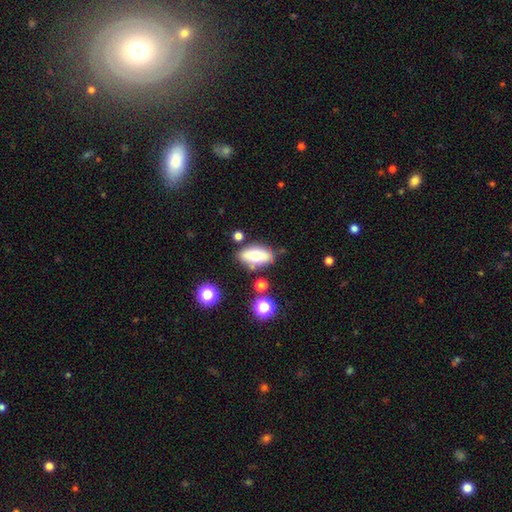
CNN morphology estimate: Overall: smooth (64%; featured or disk 26%). How rounded: in between (88%). Merging: none (73%).